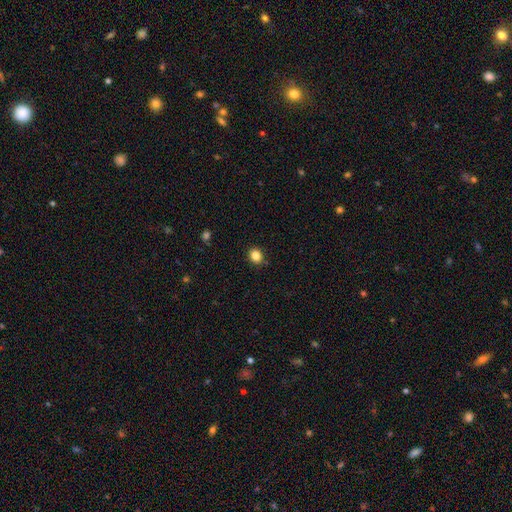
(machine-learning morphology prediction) Smooth or featured: smooth — 84% (star or artifact — 11%)
How rounded: round — 72% (in between — 27%)
Merging: none — 90% (minor disturbance — 7%)